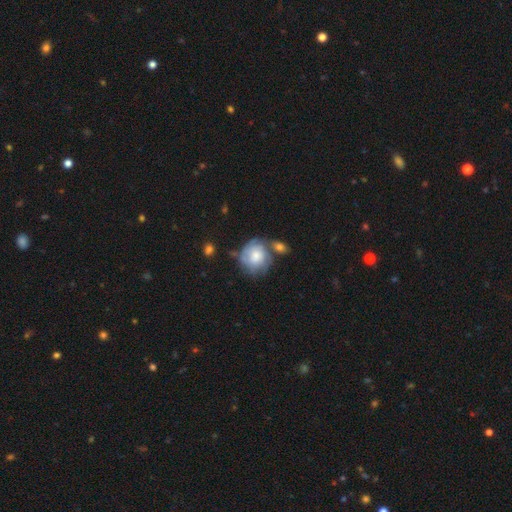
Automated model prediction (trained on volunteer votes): Q: Smooth or featured?
A: smooth (53%); runner-up: featured or disk (40%)
Q: How rounded?
A: round (78%); runner-up: in between (21%)
Q: Merging?
A: none (43%); runner-up: merger (23%)